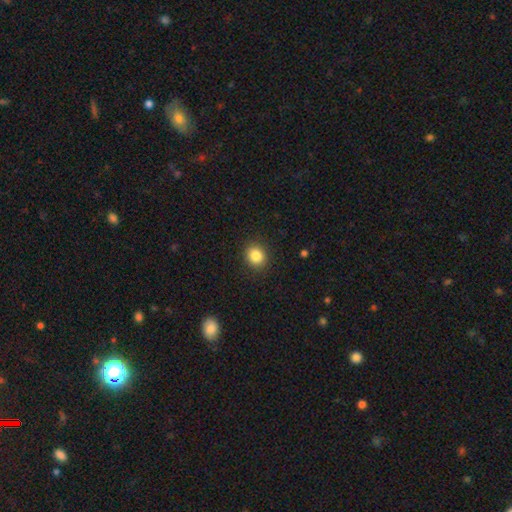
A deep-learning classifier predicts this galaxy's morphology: smooth 85%, star or artifact 10%, featured or disk 5%. Down the decision tree: how rounded — round (76%); merging — none (89%).